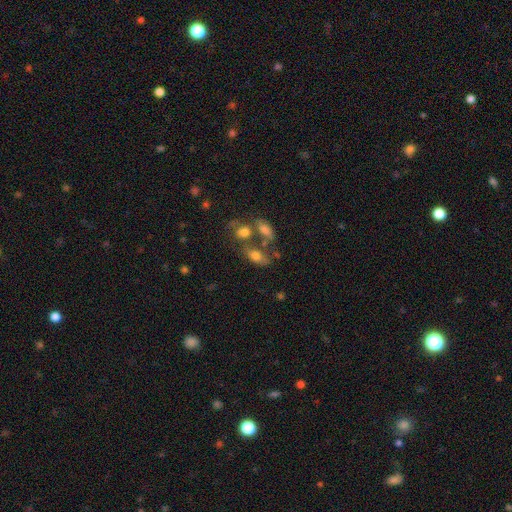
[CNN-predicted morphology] Smooth or featured: smooth — 69% (featured or disk — 20%)
How rounded: in between — 82% (round — 10%)
Merging: none — 39% (merger — 35%)